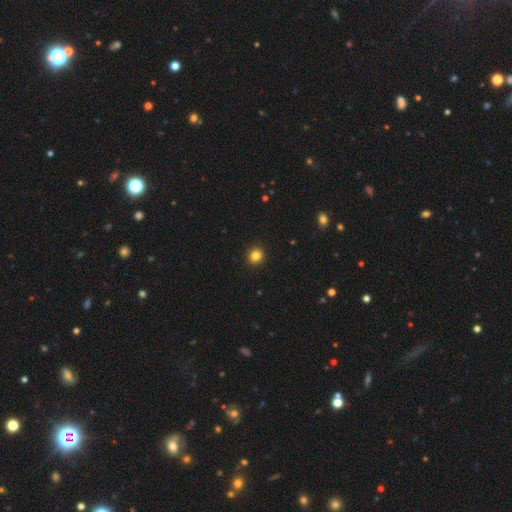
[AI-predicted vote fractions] The model was most divided on "smooth or featured": smooth: 84%, star or artifact: 12%, featured or disk: 4%. More confident: merging — none (93%); how rounded — round (92%).